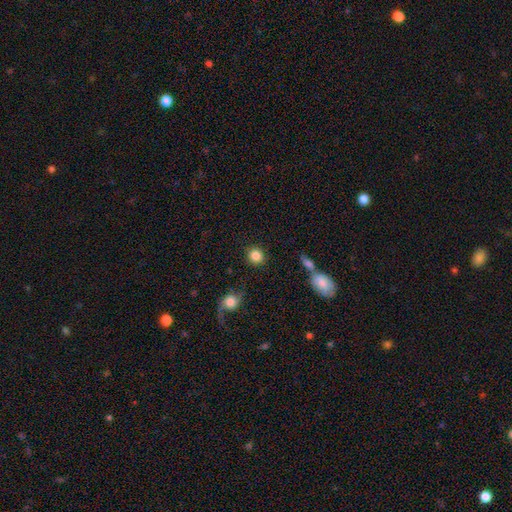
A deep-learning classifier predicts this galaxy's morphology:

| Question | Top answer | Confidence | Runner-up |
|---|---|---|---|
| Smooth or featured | smooth | 86% | star or artifact (8%) |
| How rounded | round | 87% | in between (12%) |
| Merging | none | 86% | minor disturbance (7%) |